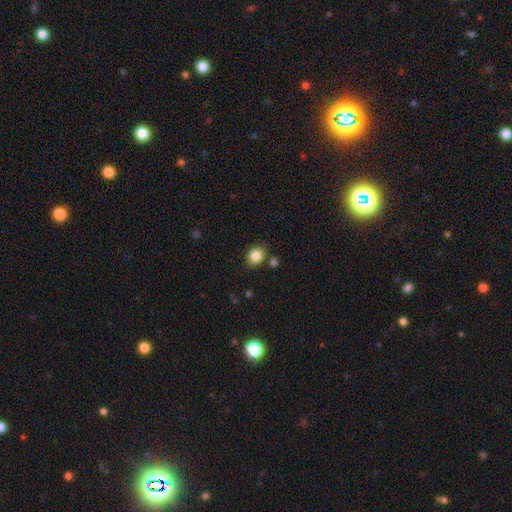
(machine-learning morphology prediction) A smooth galaxy with no disk features (86%) that is round (69%).

Vote fractions:
- Smooth or featured? smooth: 86% / star or artifact: 10% / featured or disk: 4%
- How rounded? round: 69% / in between: 31% / cigar-shaped: 1%
- Merging? none: 78% / minor disturbance: 12% / merger: 7% / major disturbance: 3%